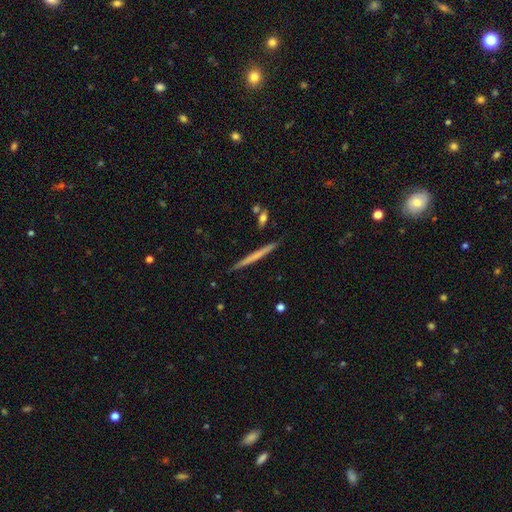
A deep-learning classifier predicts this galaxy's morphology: Smooth or featured?
  - smooth: 49% *
  - featured or disk: 46%
  - star or artifact: 5%
Merging?
  - none: 91% *
  - minor disturbance: 6%
  - merger: 2%
  - major disturbance: 1%